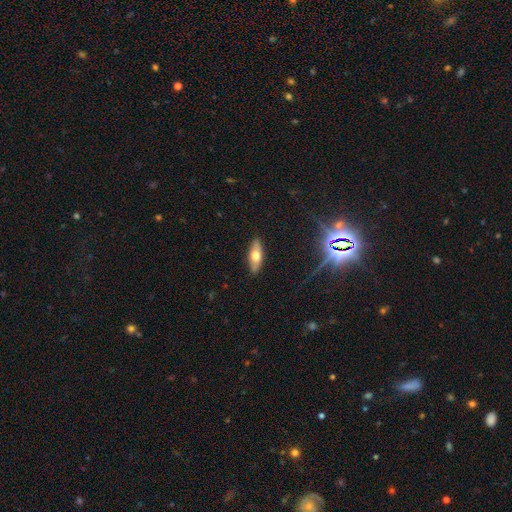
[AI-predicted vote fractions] Smooth or featured?
  - smooth: 60% *
  - featured or disk: 33%
  - star or artifact: 8%
How rounded?
  - in between: 69% *
  - cigar-shaped: 28%
  - round: 3%
Merging?
  - none: 87% *
  - minor disturbance: 10%
  - major disturbance: 2%
  - merger: 1%